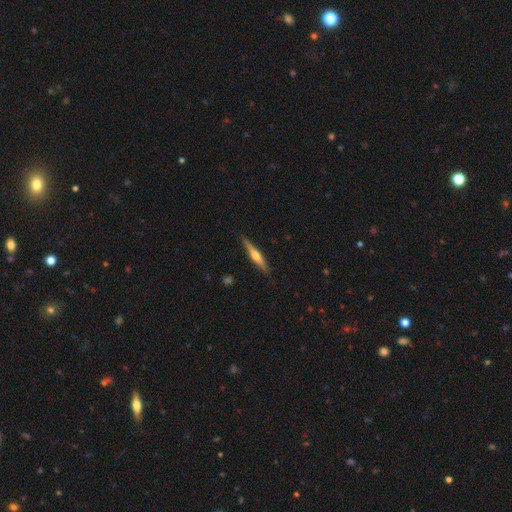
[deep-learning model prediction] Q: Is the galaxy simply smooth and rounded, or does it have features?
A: featured or disk — 63%.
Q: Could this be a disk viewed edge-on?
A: yes — 97%.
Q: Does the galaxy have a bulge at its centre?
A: rounded — 88%.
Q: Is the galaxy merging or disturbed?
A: none — 89%.